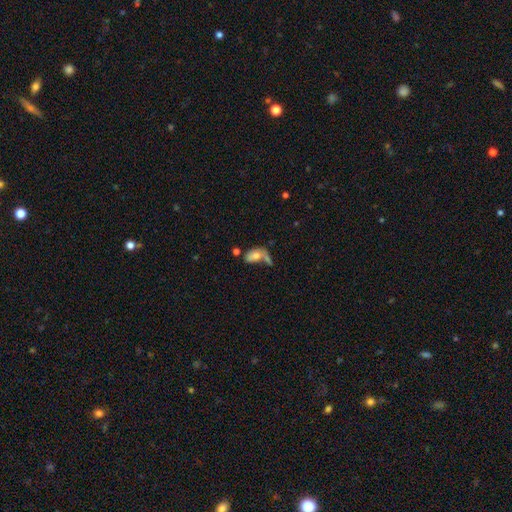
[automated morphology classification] Smooth or featured? Predicted: smooth (p=0.69). How rounded? Predicted: in between (p=0.89). Merging? Predicted: merger (p=0.37).